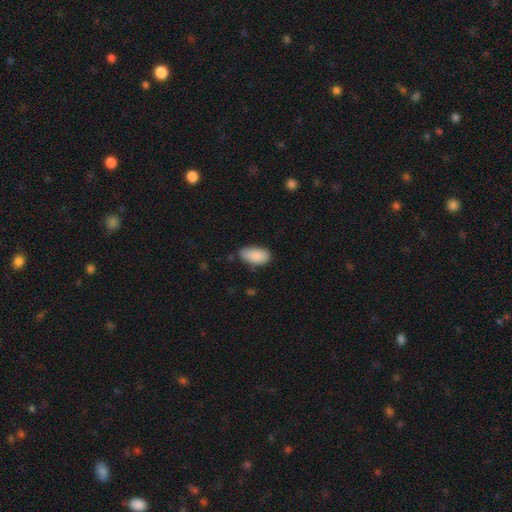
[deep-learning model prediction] Smooth or featured: smooth — 89% (star or artifact — 7%)
How rounded: in between — 94% (cigar-shaped — 4%)
Merging: none — 69% (minor disturbance — 25%)